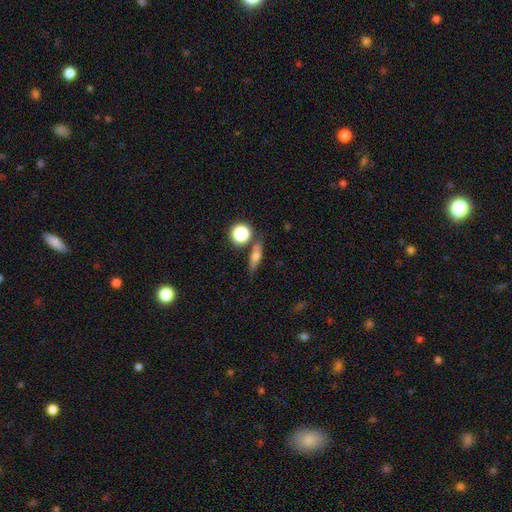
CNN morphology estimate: smooth 53%, featured or disk 35%, star or artifact 12%. Down the decision tree: how rounded — cigar-shaped (54%); merging — none (76%).